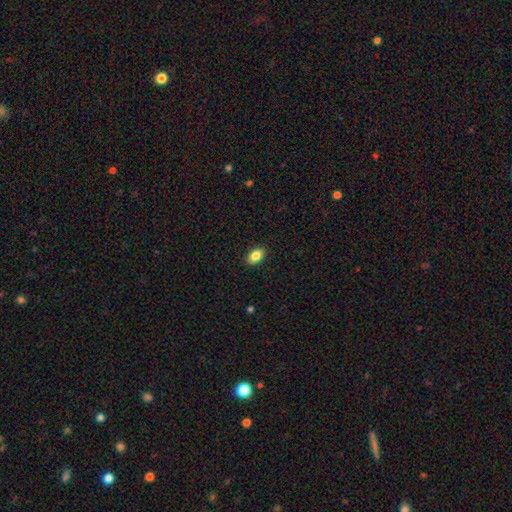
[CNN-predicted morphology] type=smooth (85%); roundness=in between (87%); merging=none (90%).